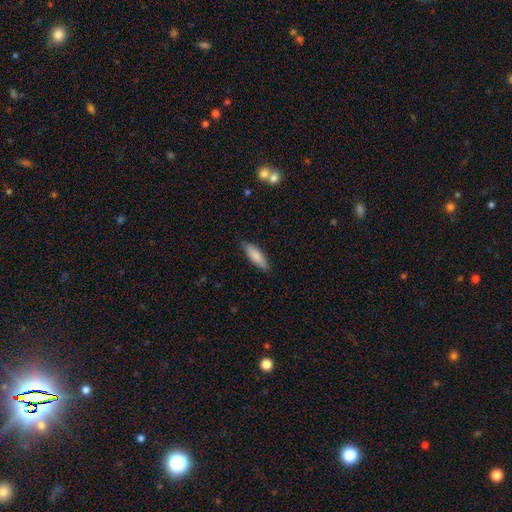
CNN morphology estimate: Q: Smooth or featured?
A: smooth (83%); runner-up: featured or disk (11%)
Q: How rounded?
A: in between (52%); runner-up: cigar-shaped (46%)
Q: Merging?
A: none (82%); runner-up: minor disturbance (14%)